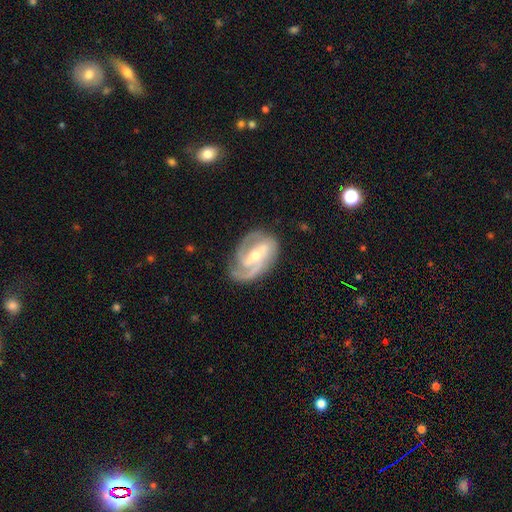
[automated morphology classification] This is clearly a featured or disk galaxy (89%). It is clearly not viewed edge-on (97%). Bar: marginally weak (42%). Spiral arm pattern: clearly yes (97%). Spiral arm count: possibly 2 (51%). Spiral winding: possibly medium (48%). Central bulge: possibly moderate (49%). Merging: likely none (70%).